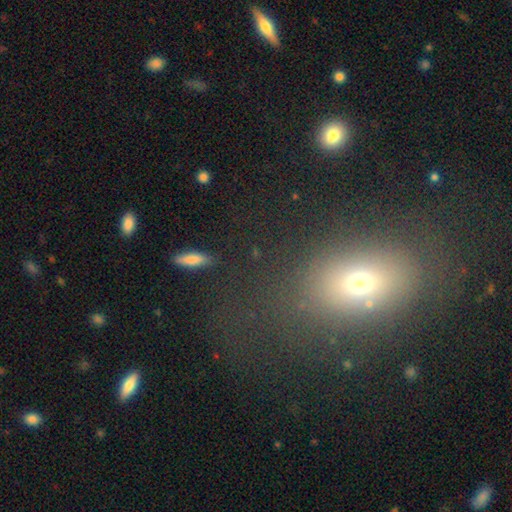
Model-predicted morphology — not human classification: Smooth or featured? Predicted: smooth (p=0.59). How rounded? Predicted: in between (p=0.66). Merging? Predicted: none (p=0.67).